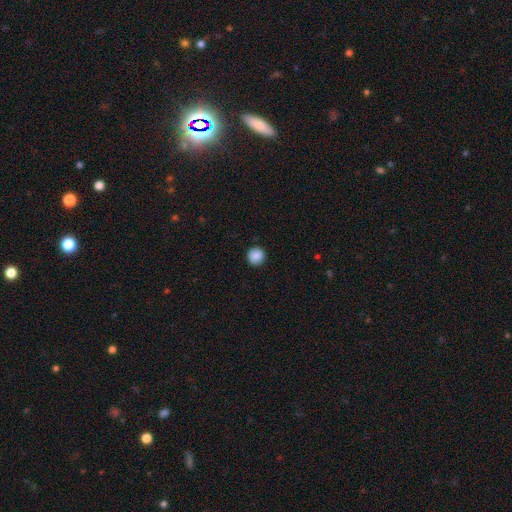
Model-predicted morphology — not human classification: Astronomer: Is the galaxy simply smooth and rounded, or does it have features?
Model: smooth — 88%.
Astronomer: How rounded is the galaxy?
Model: round — 94%.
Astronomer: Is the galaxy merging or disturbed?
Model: none — 90%.